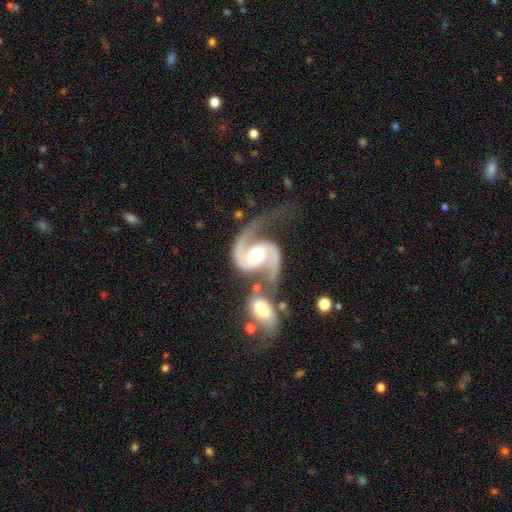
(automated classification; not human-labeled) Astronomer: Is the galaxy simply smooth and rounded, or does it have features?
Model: featured or disk — 93%.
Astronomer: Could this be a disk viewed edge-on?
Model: no — 98%.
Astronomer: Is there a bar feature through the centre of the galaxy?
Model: no — 43% (runner-up: weak, 35%).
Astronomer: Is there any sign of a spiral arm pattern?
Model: yes — 98%.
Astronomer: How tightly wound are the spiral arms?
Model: medium — 54% (runner-up: loose, 31%).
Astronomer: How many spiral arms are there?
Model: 2 — 93%.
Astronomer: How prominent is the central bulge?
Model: moderate — 65%.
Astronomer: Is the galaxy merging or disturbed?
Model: merger — 39% (runner-up: none, 35%).